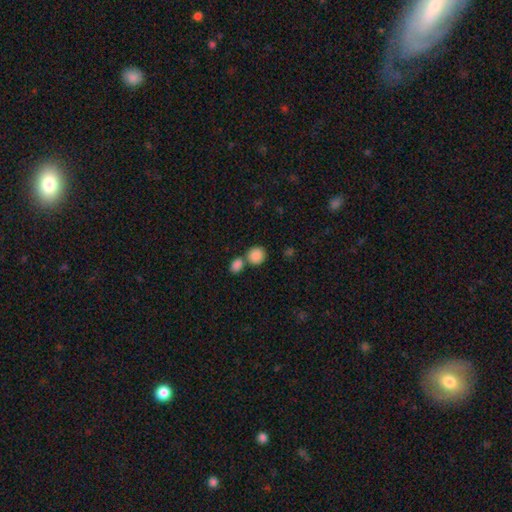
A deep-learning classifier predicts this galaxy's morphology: This appears to be a smooth galaxy with no disk features (88%) that is round (80%). Merging: none (50%).